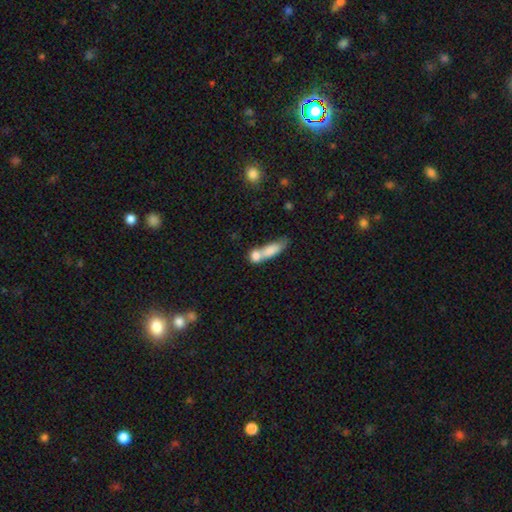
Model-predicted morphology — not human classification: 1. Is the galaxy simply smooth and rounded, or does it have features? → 73% smooth, 19% featured or disk, 8% star or artifact.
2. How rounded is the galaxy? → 48% in between, 37% cigar-shaped, 15% round.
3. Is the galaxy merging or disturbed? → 62% merger, 23% none, 9% minor disturbance, 6% major disturbance.